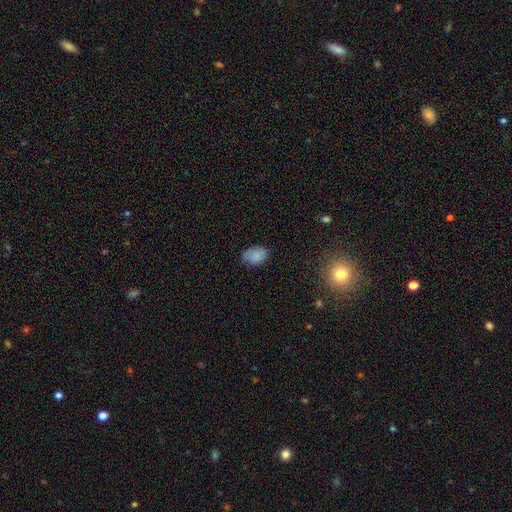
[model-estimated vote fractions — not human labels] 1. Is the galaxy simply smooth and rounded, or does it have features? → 86% smooth, 9% star or artifact, 5% featured or disk.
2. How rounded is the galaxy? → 84% in between, 15% round, 1% cigar-shaped.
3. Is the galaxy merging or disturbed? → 77% none, 19% minor disturbance, 4% major disturbance, 1% merger.